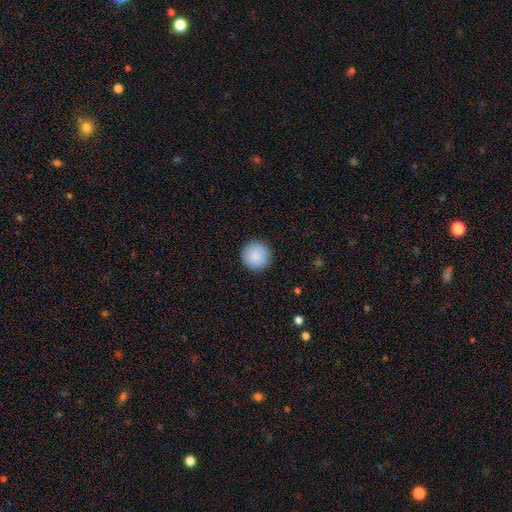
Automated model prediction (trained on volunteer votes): Smooth or featured? smooth (89%)
How rounded? round (96%)
Merging? none (92%)